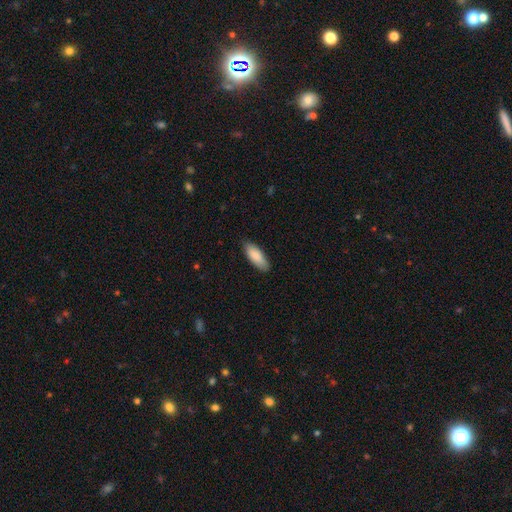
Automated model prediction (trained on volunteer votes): smooth-or-featured: smooth: 88% | featured or disk: 7% | star or artifact: 5%
  how-rounded: in between: 70% | cigar-shaped: 28% | round: 2%
  merging: none: 84% | minor disturbance: 13% | major disturbance: 2% | merger: 1%